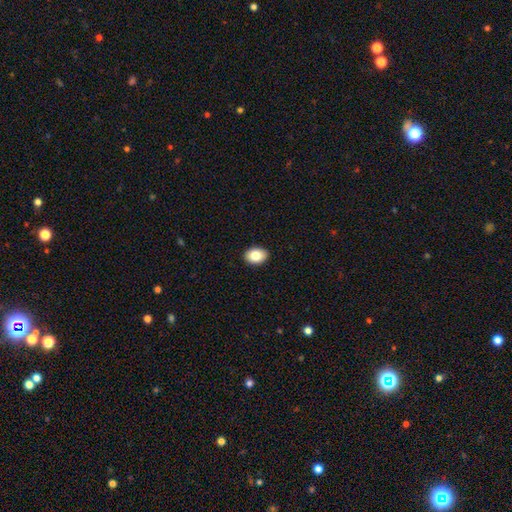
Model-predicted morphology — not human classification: Overall: smooth (84%). How rounded: in between (76%). Merging: none (91%).